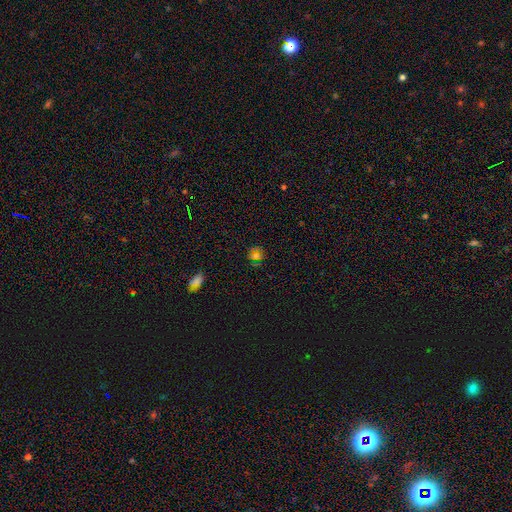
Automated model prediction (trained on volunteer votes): A smooth galaxy with no disk features (45%).

Vote fractions:
- Smooth or featured? smooth: 45% / star or artifact: 42% / featured or disk: 13%
- Merging? none: 80% / minor disturbance: 12% / major disturbance: 5% / merger: 3%